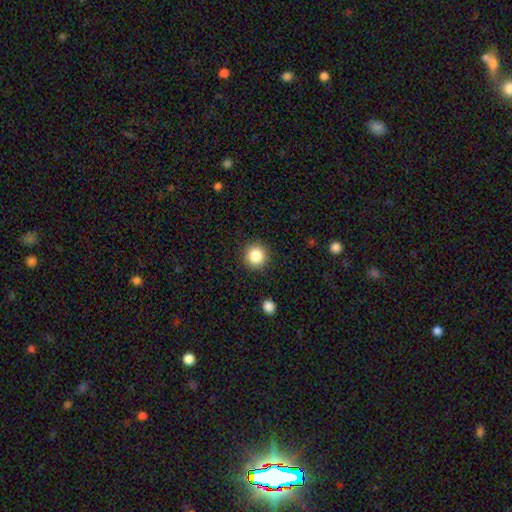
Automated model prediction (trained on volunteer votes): smooth 85%, star or artifact 10%, featured or disk 5%. Down the decision tree: how rounded — round (95%); merging — none (91%).